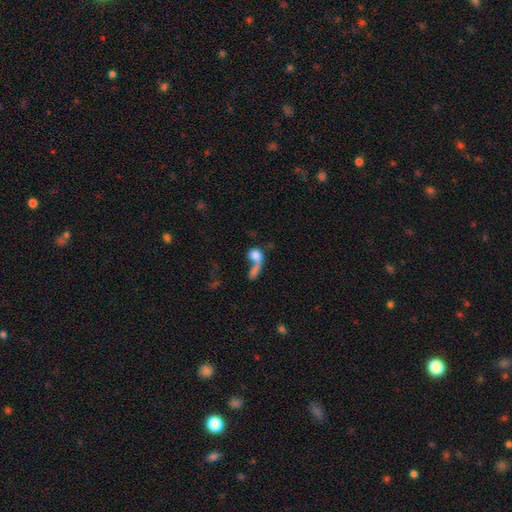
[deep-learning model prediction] smooth_or_featured: smooth (p=0.67) [alt: featured or disk p=0.22]
how_rounded: round (p=0.46) [alt: in between p=0.45]
merging: merger (p=0.53) [alt: major disturbance p=0.20]